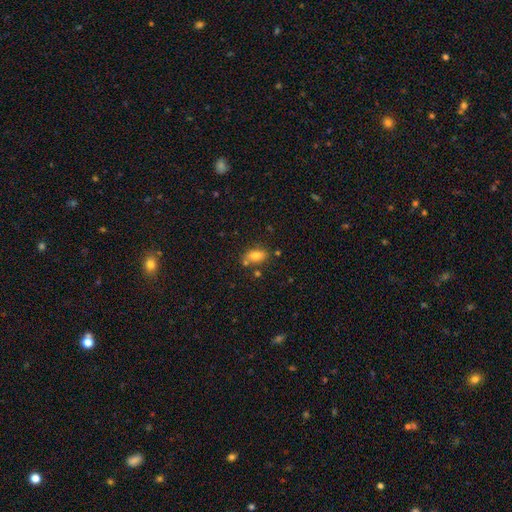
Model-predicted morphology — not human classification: type=smooth (76%); roundness=in between (84%); merging=none (68%).